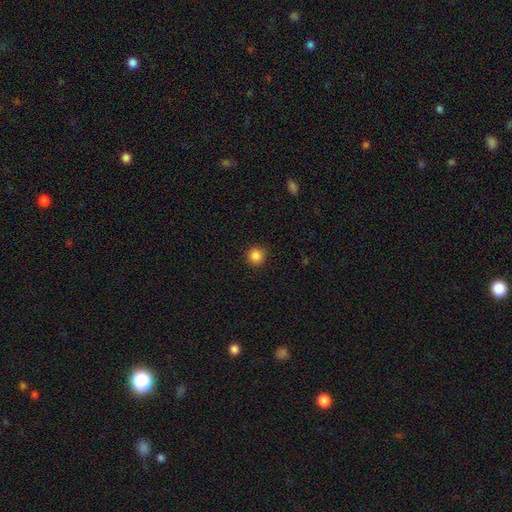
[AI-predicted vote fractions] The model was most divided on "smooth or featured": smooth: 86%, star or artifact: 11%, featured or disk: 3%. More confident: how rounded — round (94%); merging — none (91%).